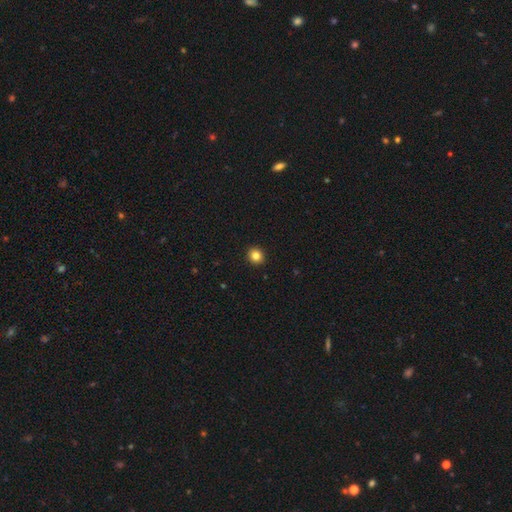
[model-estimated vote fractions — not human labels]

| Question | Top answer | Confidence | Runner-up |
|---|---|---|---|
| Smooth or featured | smooth | 83% | star or artifact (11%) |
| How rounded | round | 89% | in between (10%) |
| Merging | none | 93% | minor disturbance (4%) |